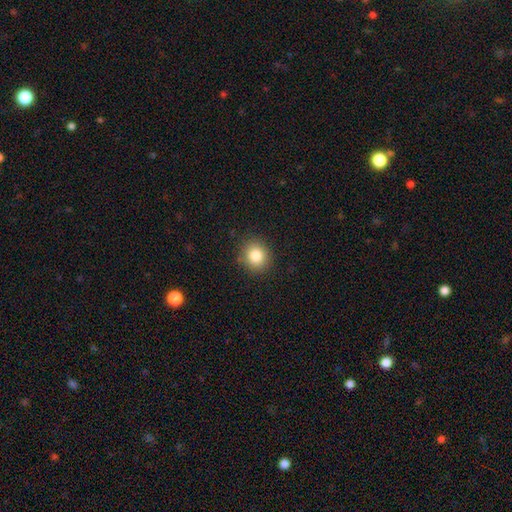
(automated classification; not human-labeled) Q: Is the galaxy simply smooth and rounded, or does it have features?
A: smooth — 84%.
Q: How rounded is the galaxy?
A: round — 84%.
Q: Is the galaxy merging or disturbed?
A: none — 88%.